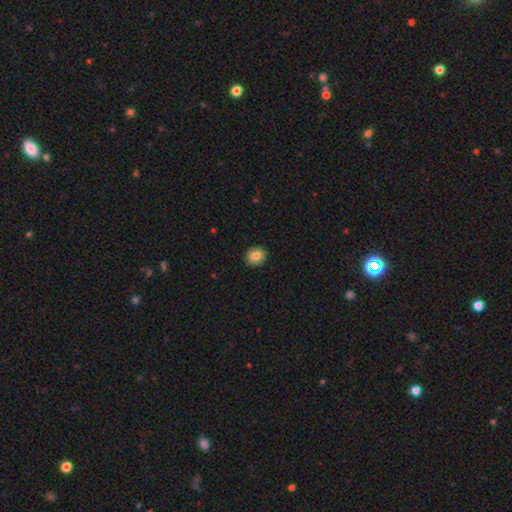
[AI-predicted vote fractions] Smooth or featured? Predicted: smooth (p=0.85). How rounded? Predicted: round (p=0.73). Merging? Predicted: none (p=0.91).